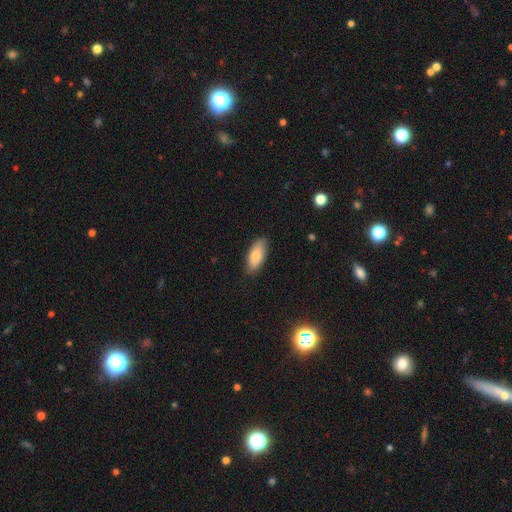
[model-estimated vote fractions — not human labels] smooth 80%, featured or disk 14%, star or artifact 7%. Down the decision tree: how rounded — in between (81%); merging — none (86%).